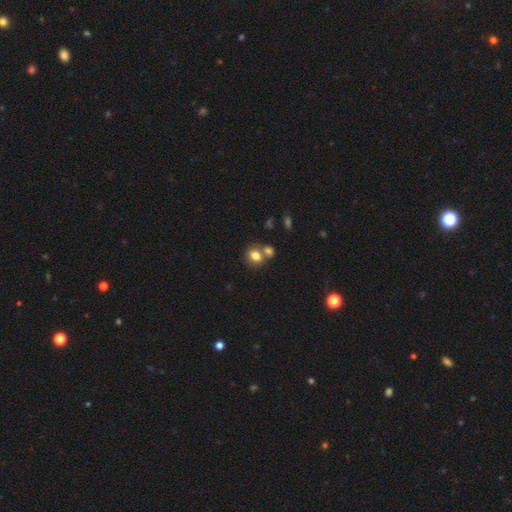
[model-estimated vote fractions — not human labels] Q: Smooth or featured?
A: smooth (81%); runner-up: star or artifact (10%)
Q: How rounded?
A: round (67%); runner-up: in between (32%)
Q: Merging?
A: none (50%); runner-up: merger (37%)